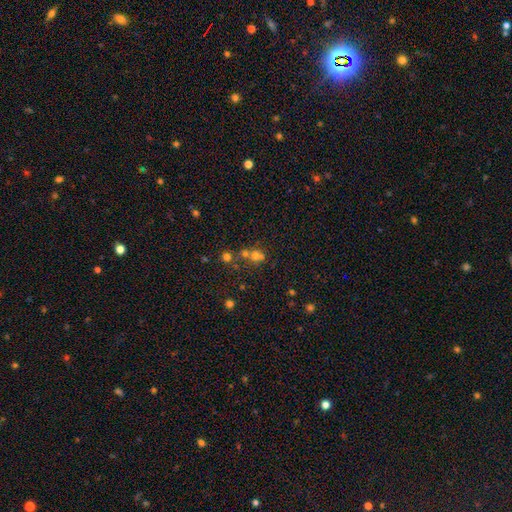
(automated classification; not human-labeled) Smooth or featured: smooth — 59% (star or artifact — 25%)
How rounded: round — 80% (in between — 19%)
Merging: none — 44% (merger — 43%)